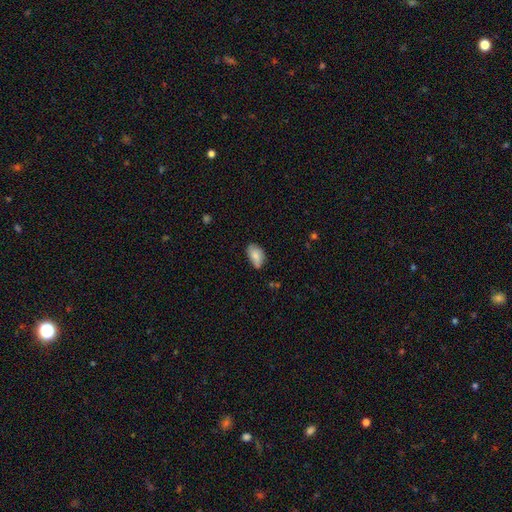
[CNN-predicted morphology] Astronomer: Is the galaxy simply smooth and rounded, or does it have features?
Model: smooth — 77%.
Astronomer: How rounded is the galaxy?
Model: in between — 91%.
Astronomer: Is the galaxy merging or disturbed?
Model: none — 60%.